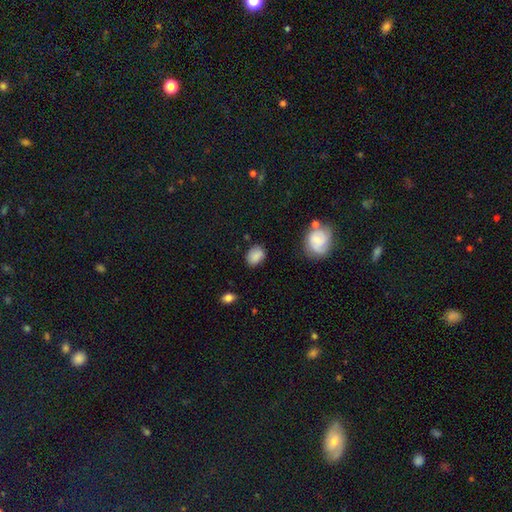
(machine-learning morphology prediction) smooth 82%, star or artifact 9%, featured or disk 9%. Down the decision tree: how rounded — in between (68%); merging — none (75%).